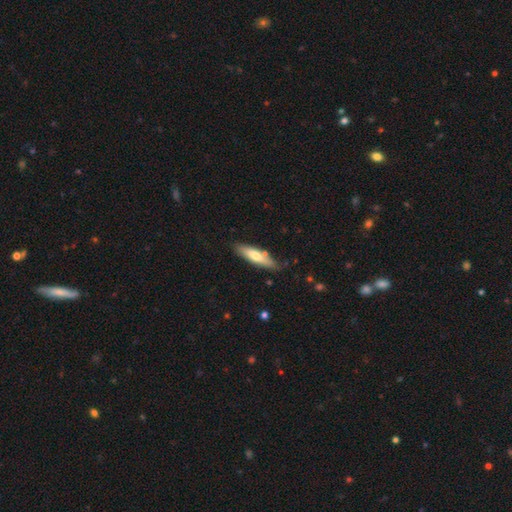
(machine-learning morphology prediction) A smooth galaxy with no disk features (62%) that is cigar-shaped (68%).

Vote fractions:
- Smooth or featured? smooth: 62% / featured or disk: 33% / star or artifact: 6%
- How rounded? cigar-shaped: 68% / in between: 31% / round: 2%
- Merging? none: 77% / minor disturbance: 16% / merger: 5% / major disturbance: 3%